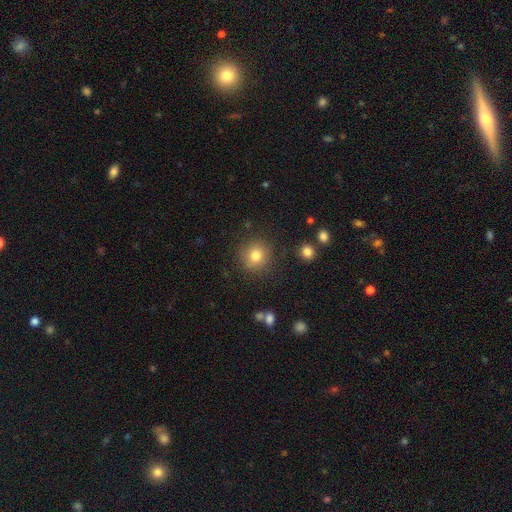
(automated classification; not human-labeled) The model was most divided on "smooth or featured": smooth: 80%, star or artifact: 11%, featured or disk: 8%. More confident: how rounded — round (92%); merging — none (86%).